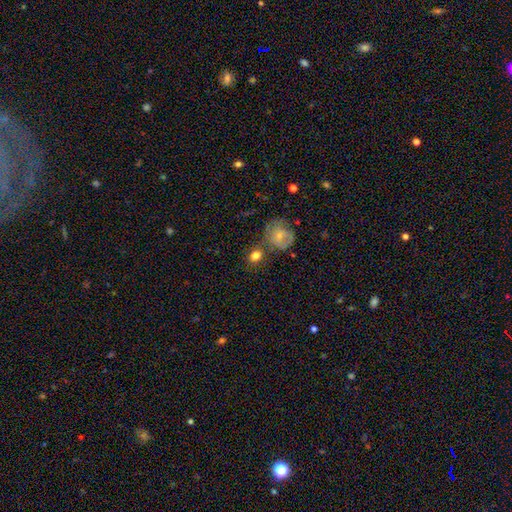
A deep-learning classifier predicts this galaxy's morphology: Overall: smooth (80%). How rounded: round (62%; in between 37%). Merging: none (64%).